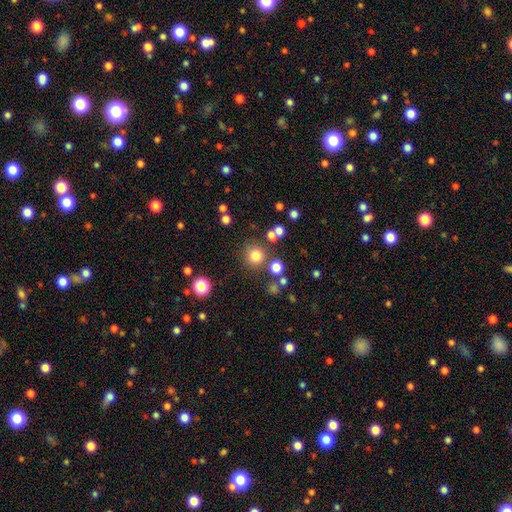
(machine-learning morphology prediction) Q: Smooth or featured?
A: smooth (78%); runner-up: star or artifact (15%)
Q: How rounded?
A: round (93%); runner-up: in between (6%)
Q: Merging?
A: none (80%); runner-up: minor disturbance (8%)